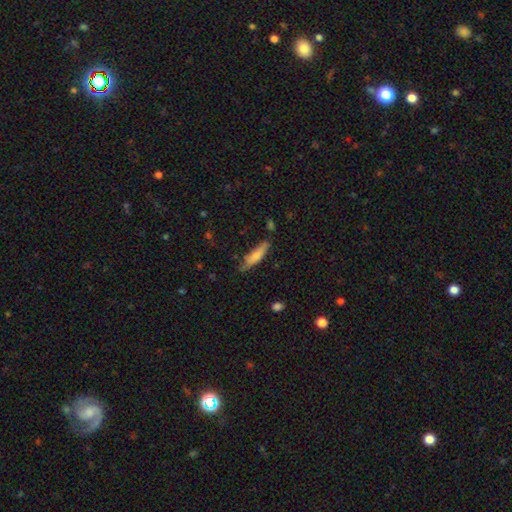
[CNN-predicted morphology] smooth 73%, featured or disk 21%, star or artifact 6%. Down the decision tree: how rounded — cigar-shaped (69%); merging — none (69%).